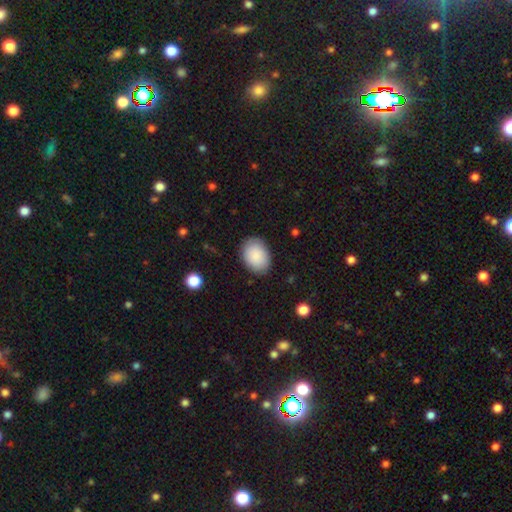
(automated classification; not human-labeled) smooth-or-featured: smooth: 89% | star or artifact: 6% | featured or disk: 5%
  how-rounded: in between: 77% | round: 22% | cigar-shaped: 1%
  merging: none: 85% | minor disturbance: 11% | major disturbance: 3% | merger: 1%